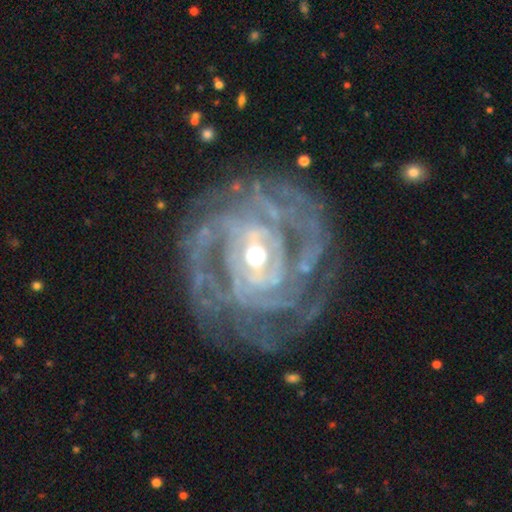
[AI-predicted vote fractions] This appears to be a featured or disk galaxy (92%) with a weak bar (39%), tight (74%) spiral arms (98%) and a moderate central bulge (60%). Merging: none (76%).